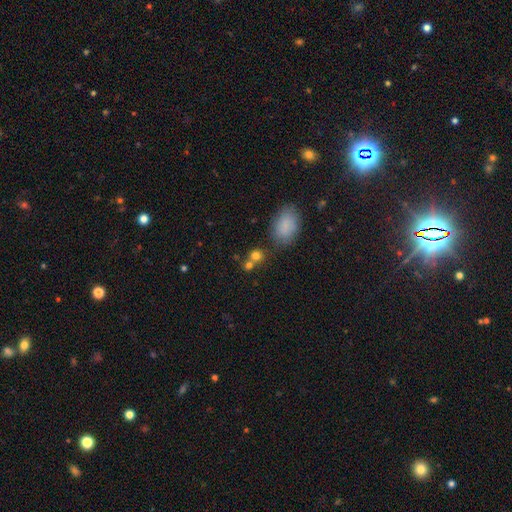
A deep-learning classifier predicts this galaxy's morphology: Smooth or featured? smooth (75%)
How rounded? round (74%)
Merging? none (52%)